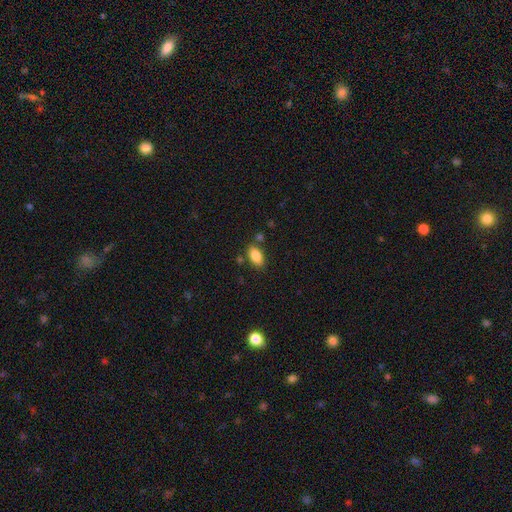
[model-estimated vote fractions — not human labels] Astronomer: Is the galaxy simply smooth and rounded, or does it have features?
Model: smooth — 86%.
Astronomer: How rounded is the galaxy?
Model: in between — 91%.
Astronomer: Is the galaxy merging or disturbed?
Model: none — 79%.